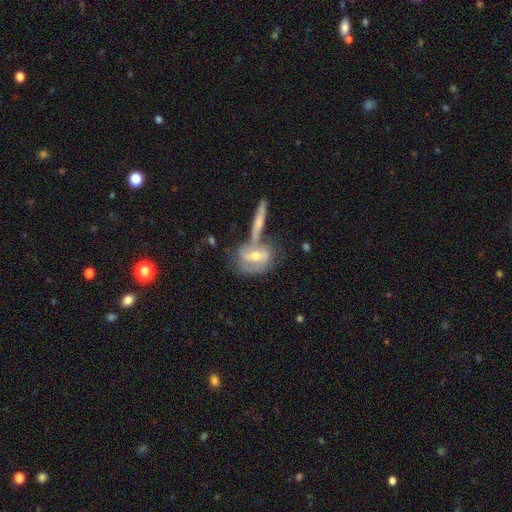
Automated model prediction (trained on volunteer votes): Smooth or featured?
  - featured or disk: 48% *
  - smooth: 33%
  - star or artifact: 19%
Merging?
  - merger: 40% *
  - none: 38%
  - minor disturbance: 13%
  - major disturbance: 10%